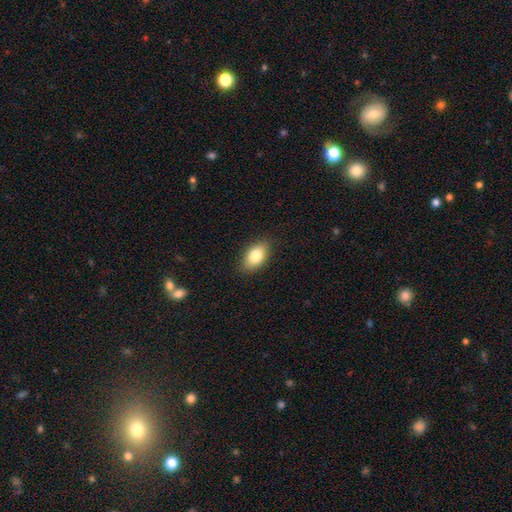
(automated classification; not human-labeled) Smooth or featured? smooth (81%)
How rounded? in between (88%)
Merging? none (86%)